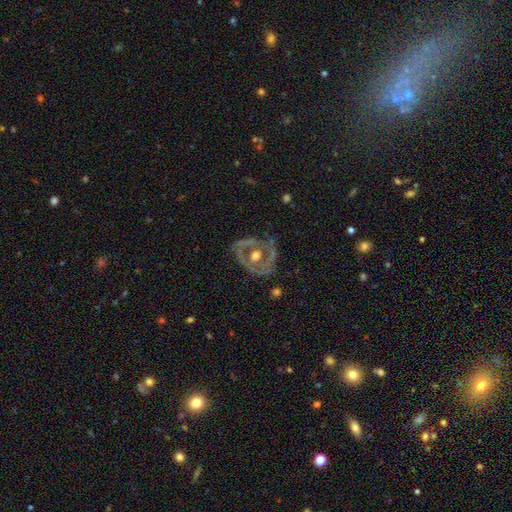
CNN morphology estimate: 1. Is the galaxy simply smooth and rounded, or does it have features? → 71% featured or disk, 23% smooth, 6% star or artifact.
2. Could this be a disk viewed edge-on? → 94% no, 6% yes.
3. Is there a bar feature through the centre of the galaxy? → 80% no, 14% weak, 5% strong.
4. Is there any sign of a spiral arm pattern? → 70% no, 30% yes.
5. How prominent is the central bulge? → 70% moderate, 18% large, 8% small, 2% none, 2% dominant.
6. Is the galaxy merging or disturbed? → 69% none, 19% minor disturbance, 10% major disturbance, 2% merger.